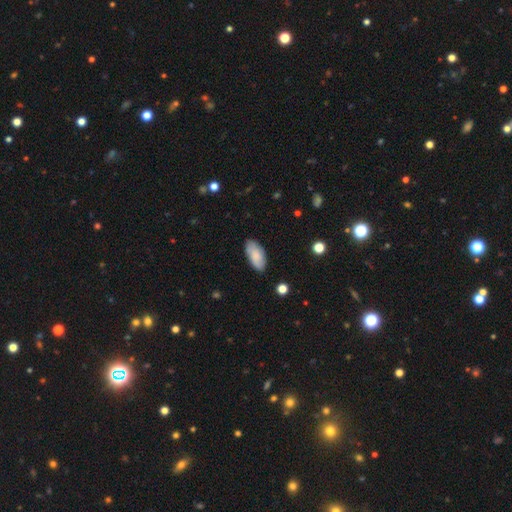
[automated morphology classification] A smooth galaxy with no disk features (74%) that is in between round and cigar-shaped (93%). Merging: none (79%).